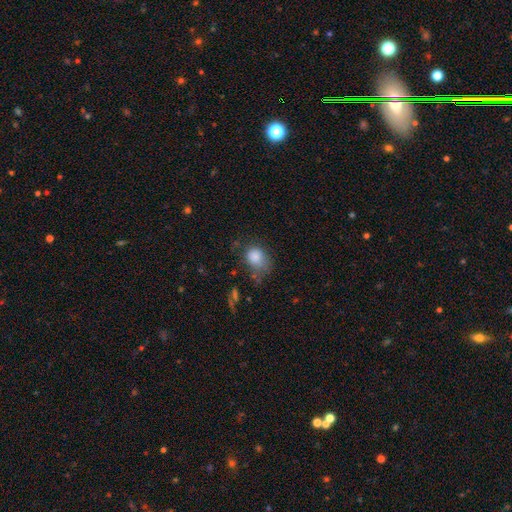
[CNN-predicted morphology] The model was most divided on "how rounded": round: 51%, in between: 48%, cigar-shaped: 1%. Remaining: smooth or featured — smooth (80%); merging — none (41%).